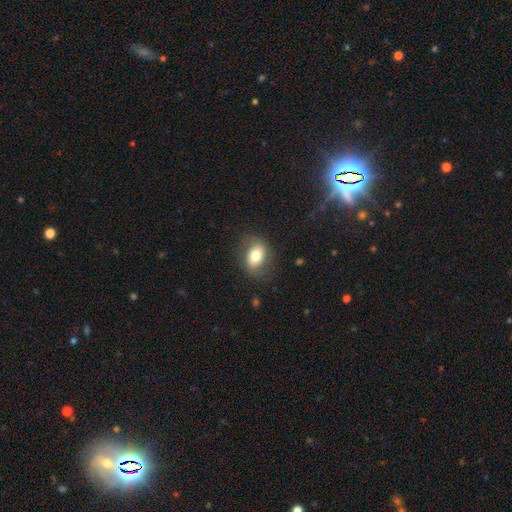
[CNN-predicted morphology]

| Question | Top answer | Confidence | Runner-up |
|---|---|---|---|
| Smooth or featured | smooth | 71% | featured or disk (21%) |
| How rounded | in between | 76% | round (23%) |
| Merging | none | 76% | minor disturbance (16%) |